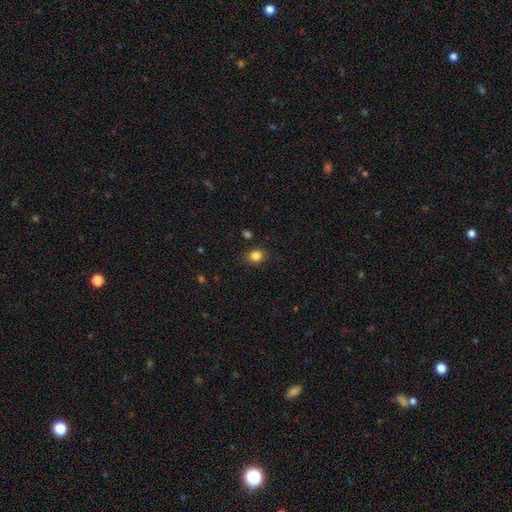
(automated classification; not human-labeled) Morphology: type=smooth (84%); roundness=round (57%); merging=none (86%).